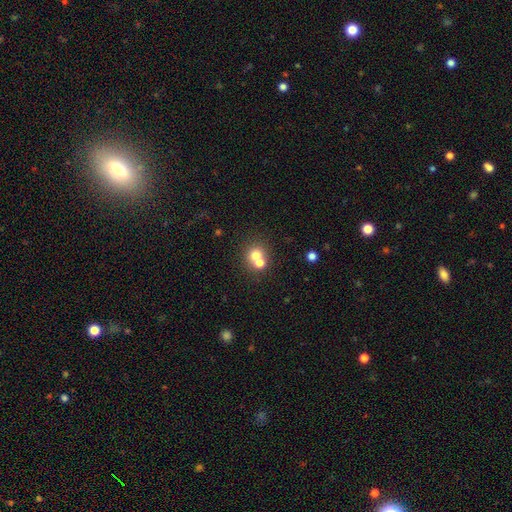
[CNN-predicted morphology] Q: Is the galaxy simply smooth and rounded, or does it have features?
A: smooth — 69%.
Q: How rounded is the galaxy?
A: round — 84%.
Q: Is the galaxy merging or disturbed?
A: merger — 49%.